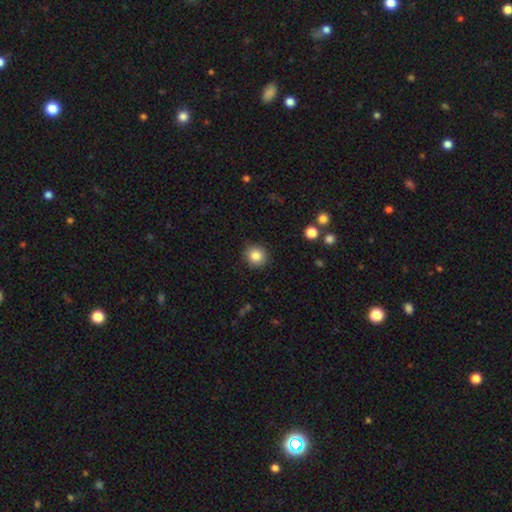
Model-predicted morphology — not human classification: Smooth or featured: smooth — 84% (star or artifact — 10%)
How rounded: round — 90% (in between — 9%)
Merging: none — 89% (minor disturbance — 8%)